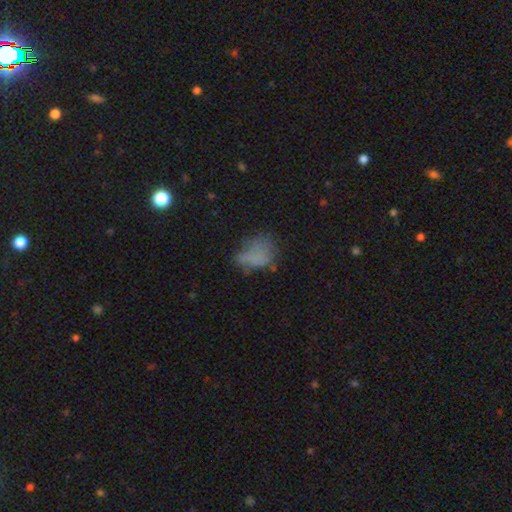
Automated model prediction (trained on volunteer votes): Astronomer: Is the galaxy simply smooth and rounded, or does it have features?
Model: smooth — 62%.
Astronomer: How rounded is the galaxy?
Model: in between — 71%.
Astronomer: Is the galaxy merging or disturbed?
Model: none — 40% (runner-up: minor disturbance, 29%).